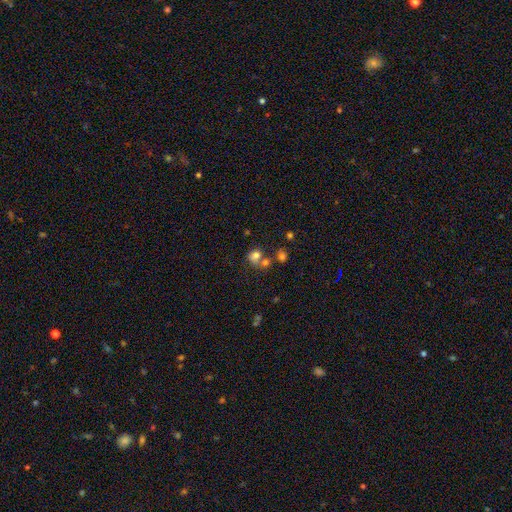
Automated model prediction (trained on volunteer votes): Morphology: type=smooth (73%); roundness=round (66%); merging=merger (43%).